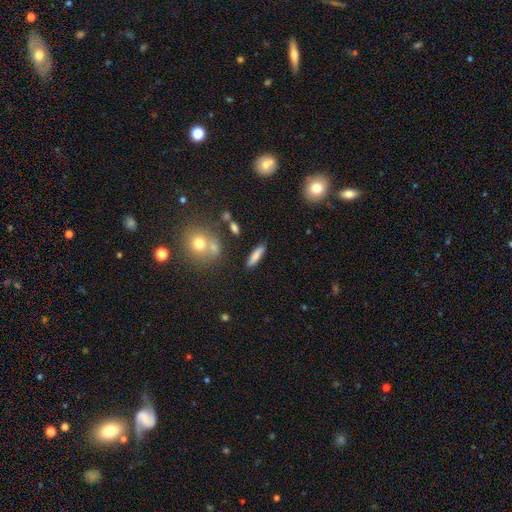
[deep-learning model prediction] Smooth or featured? Predicted: smooth (p=0.78). How rounded? Predicted: cigar-shaped (p=0.74). Merging? Predicted: none (p=0.85).